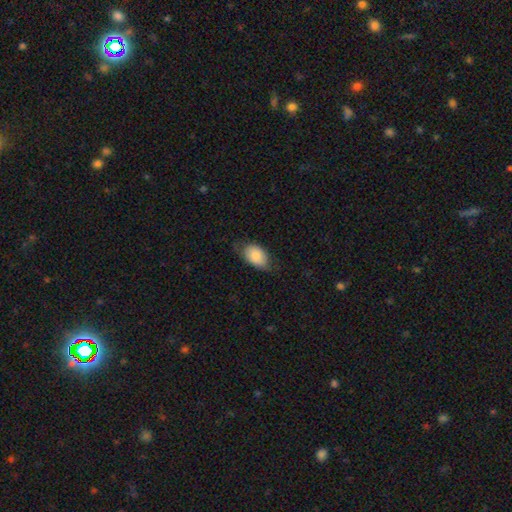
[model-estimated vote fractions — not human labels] Smooth or featured: smooth — 84% (featured or disk — 10%)
How rounded: in between — 88% (round — 11%)
Merging: none — 64% (minor disturbance — 28%)